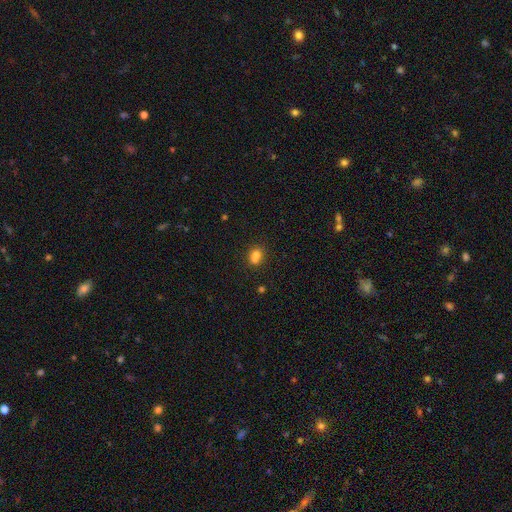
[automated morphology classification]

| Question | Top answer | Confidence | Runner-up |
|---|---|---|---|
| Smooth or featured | smooth | 73% | featured or disk (13%) |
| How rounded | round | 56% | in between (42%) |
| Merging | none | 43% | merger (39%) |